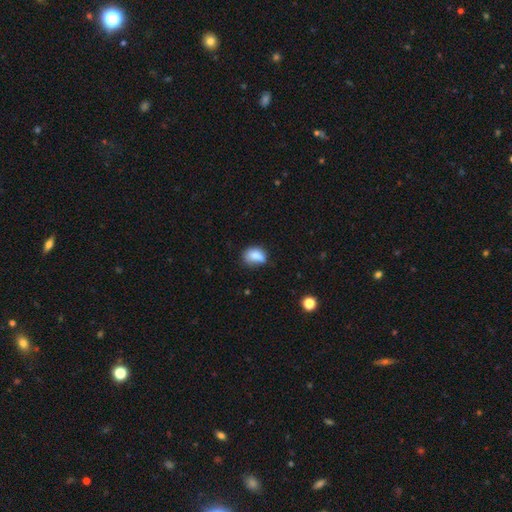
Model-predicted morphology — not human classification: smooth-or-featured: smooth: 80% | featured or disk: 10% | star or artifact: 9%
  how-rounded: in between: 74% | round: 23% | cigar-shaped: 3%
  merging: none: 48% | minor disturbance: 35% | major disturbance: 11% | merger: 6%